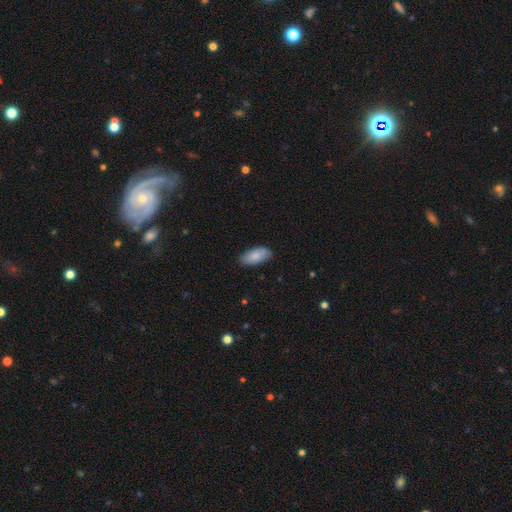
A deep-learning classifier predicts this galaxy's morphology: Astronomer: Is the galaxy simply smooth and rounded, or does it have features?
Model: smooth — 84%.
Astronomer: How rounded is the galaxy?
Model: in between — 91%.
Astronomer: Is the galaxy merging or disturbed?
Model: none — 84%.